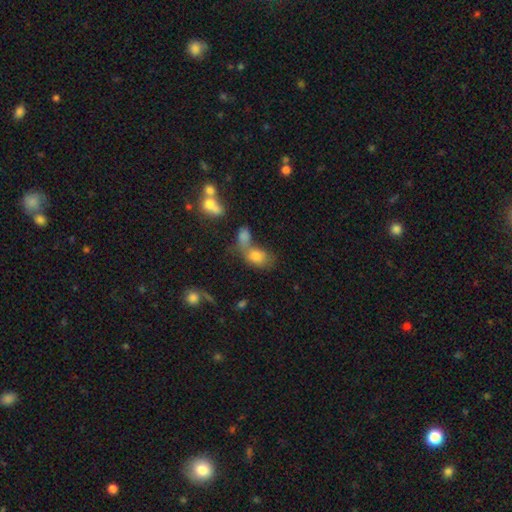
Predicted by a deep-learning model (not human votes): Smooth or featured?
  - smooth: 76% *
  - featured or disk: 13%
  - star or artifact: 11%
How rounded?
  - in between: 75% *
  - round: 23%
  - cigar-shaped: 2%
Merging?
  - merger: 49% *
  - none: 31%
  - minor disturbance: 12%
  - major disturbance: 8%